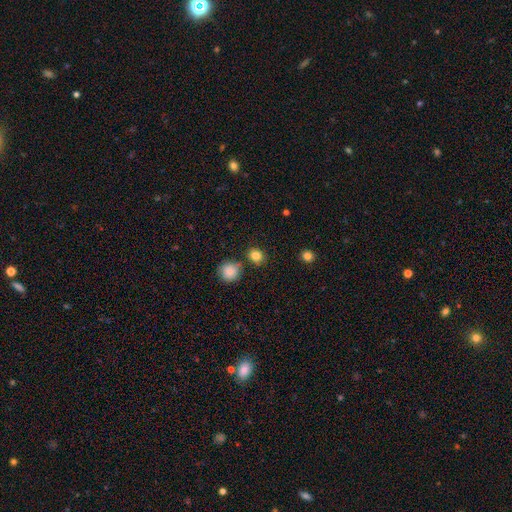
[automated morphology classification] A smooth galaxy with no disk features (84%) that is round (77%).

Vote fractions:
- Smooth or featured? smooth: 84% / star or artifact: 12% / featured or disk: 4%
- How rounded? round: 77% / in between: 22% / cigar-shaped: 1%
- Merging? none: 79% / minor disturbance: 10% / merger: 8% / major disturbance: 3%